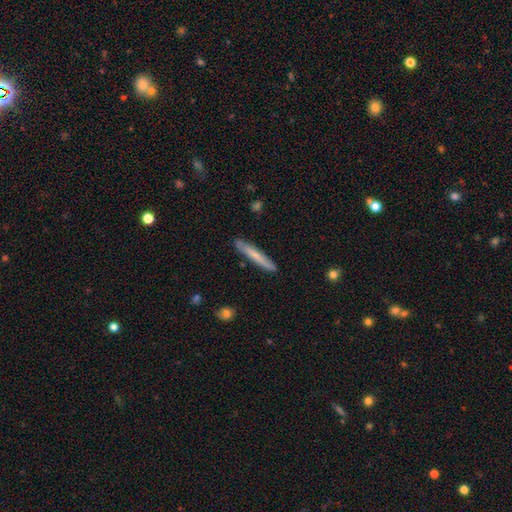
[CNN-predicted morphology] This is likely a smooth galaxy (66%). How rounded: clearly cigar-shaped (96%). Merging: clearly none (86%).